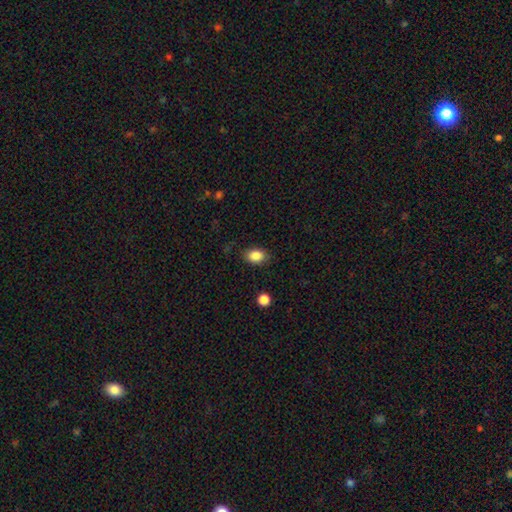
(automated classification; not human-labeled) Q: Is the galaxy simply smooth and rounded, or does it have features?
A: smooth — 87%.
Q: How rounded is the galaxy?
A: in between — 81%.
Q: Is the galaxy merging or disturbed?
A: none — 85%.